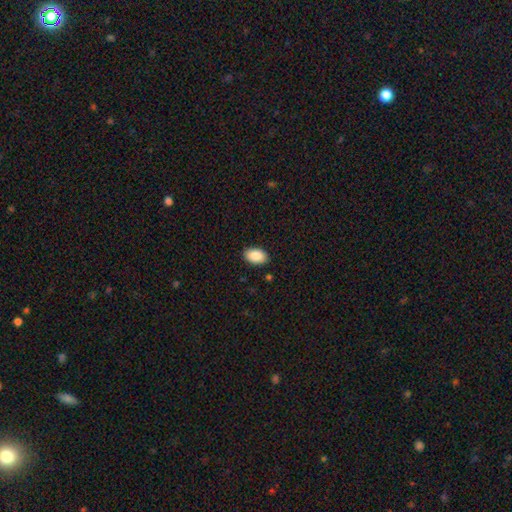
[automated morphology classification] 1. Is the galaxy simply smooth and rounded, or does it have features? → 90% smooth, 7% star or artifact, 4% featured or disk.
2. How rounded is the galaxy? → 92% in between, 6% round, 1% cigar-shaped.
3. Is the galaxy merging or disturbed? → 88% none, 9% minor disturbance, 2% major disturbance, 1% merger.